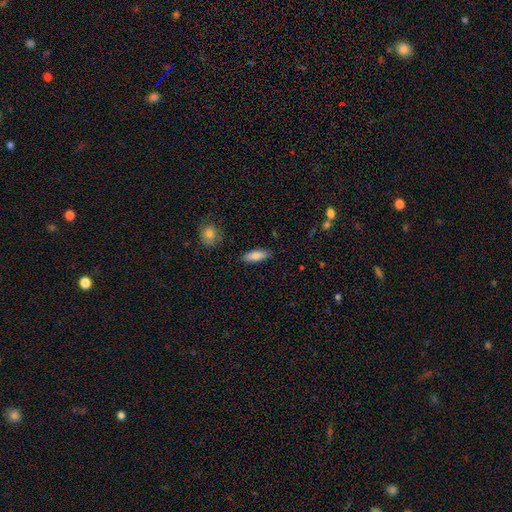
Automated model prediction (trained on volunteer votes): smooth_or_featured: smooth (p=0.81) [alt: featured or disk p=0.12]
how_rounded: in between (p=0.65) [alt: cigar-shaped p=0.33]
merging: none (p=0.86) [alt: minor disturbance p=0.10]